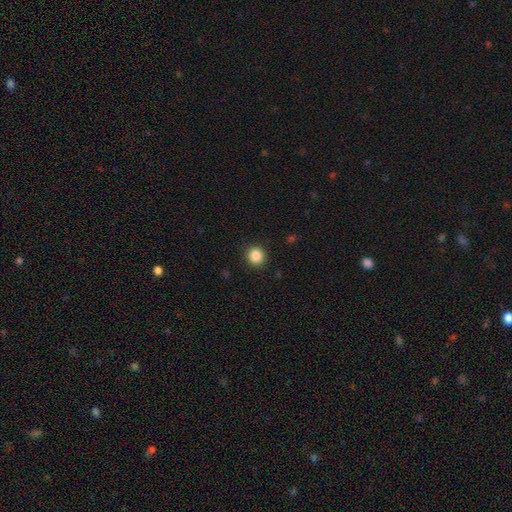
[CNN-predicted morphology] Smooth or featured?
  - smooth: 86% *
  - star or artifact: 10%
  - featured or disk: 3%
How rounded?
  - round: 90% *
  - in between: 9%
  - cigar-shaped: 1%
Merging?
  - none: 91% *
  - minor disturbance: 6%
  - major disturbance: 2%
  - merger: 1%